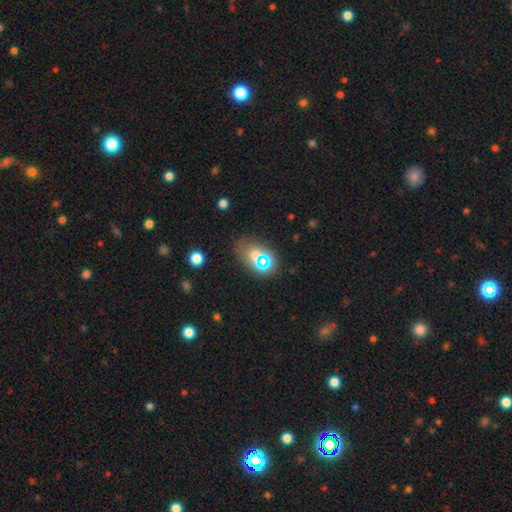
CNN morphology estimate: Smooth or featured? smooth (49%)
Merging? none (66%)